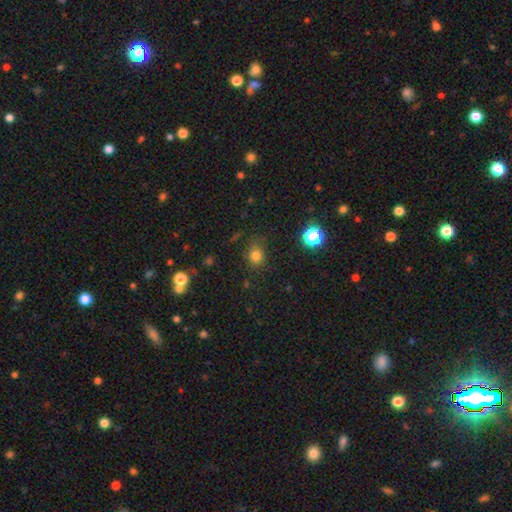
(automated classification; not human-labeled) smooth_or_featured: smooth (p=0.77) [alt: star or artifact p=0.17]
how_rounded: round (p=0.73) [alt: in between p=0.26]
merging: none (p=0.76) [alt: minor disturbance p=0.17]